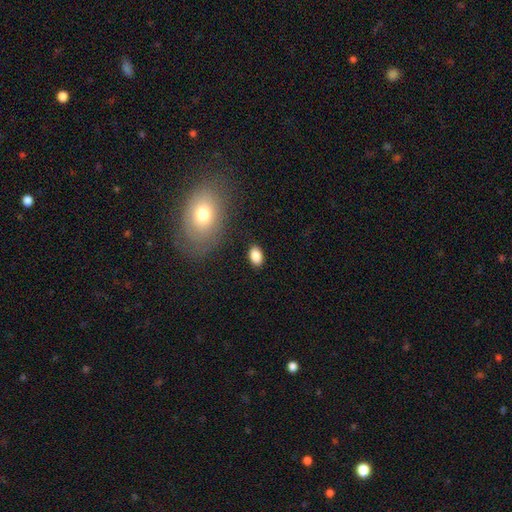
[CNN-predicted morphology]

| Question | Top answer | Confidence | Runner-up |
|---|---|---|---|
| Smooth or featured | smooth | 86% | star or artifact (8%) |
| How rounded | in between | 88% | round (11%) |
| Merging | none | 86% | minor disturbance (9%) |